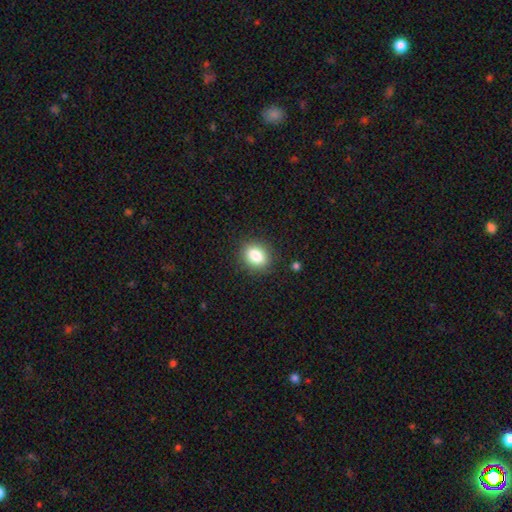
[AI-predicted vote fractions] Overall: smooth (84%). How rounded: in between (58%; round 40%). Merging: none (87%).